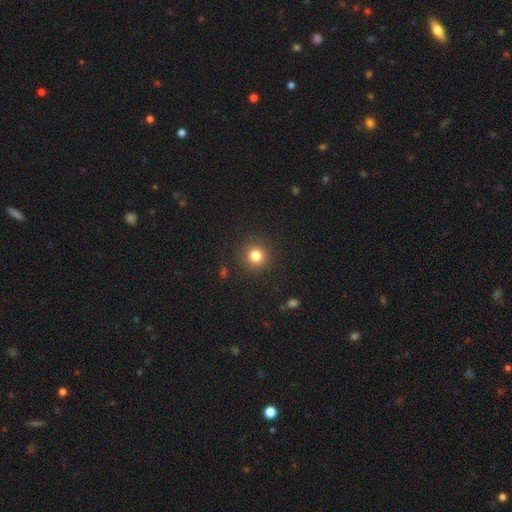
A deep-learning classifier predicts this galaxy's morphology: Q: Smooth or featured?
A: smooth (82%); runner-up: star or artifact (12%)
Q: How rounded?
A: round (94%); runner-up: in between (5%)
Q: Merging?
A: none (90%); runner-up: minor disturbance (6%)